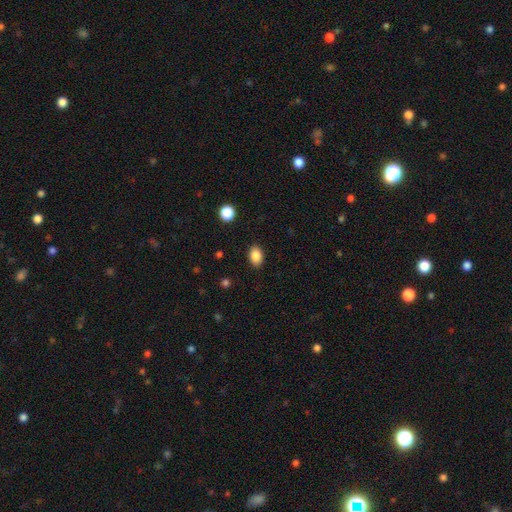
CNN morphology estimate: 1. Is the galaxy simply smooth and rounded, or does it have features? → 87% smooth, 9% star or artifact, 4% featured or disk.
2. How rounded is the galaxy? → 82% in between, 17% round, 1% cigar-shaped.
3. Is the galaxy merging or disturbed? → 88% none, 8% minor disturbance, 2% major disturbance, 1% merger.